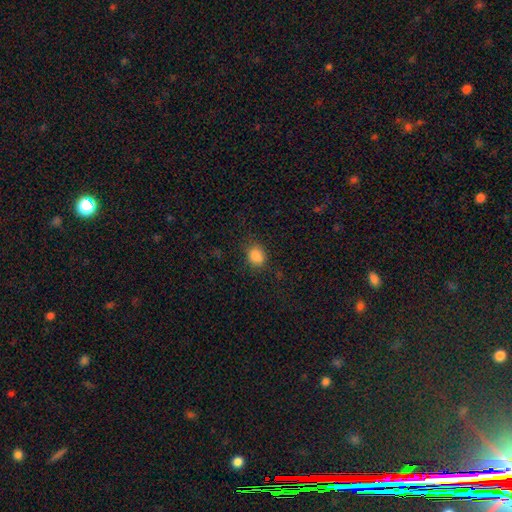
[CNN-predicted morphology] The model was most divided on "how rounded": round: 59%, in between: 40%, cigar-shaped: 1%. More confident: smooth or featured — smooth (84%); merging — none (78%).